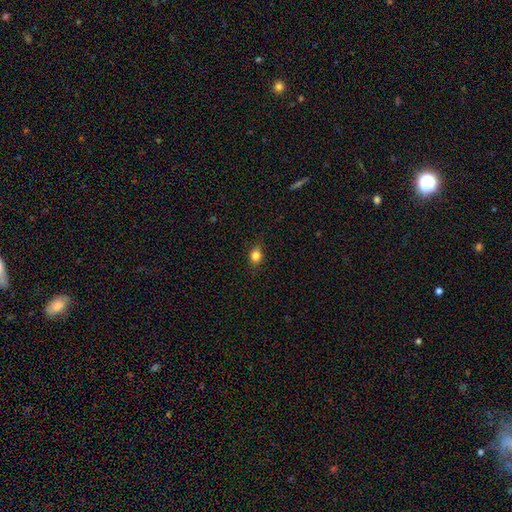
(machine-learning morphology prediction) This appears to be a smooth galaxy with no disk features (83%) that is round (57%). Merging: none (83%).